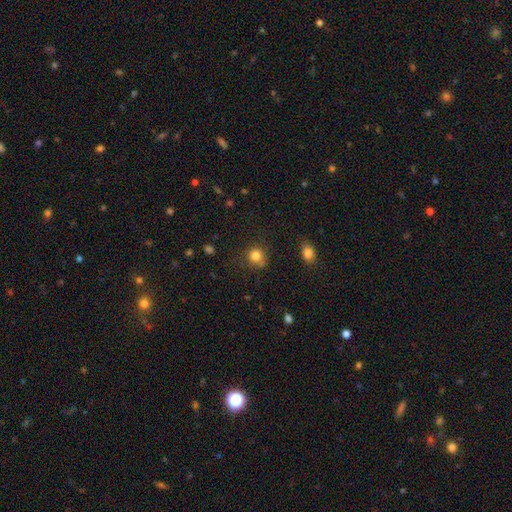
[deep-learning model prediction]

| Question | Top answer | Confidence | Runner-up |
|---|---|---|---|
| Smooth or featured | smooth | 82% | star or artifact (13%) |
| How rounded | round | 87% | in between (12%) |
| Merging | none | 73% | minor disturbance (16%) |